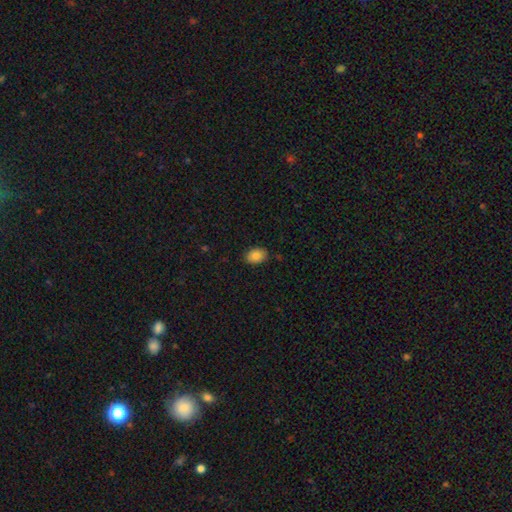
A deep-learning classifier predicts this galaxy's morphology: Smooth or featured: smooth — 84% (star or artifact — 8%)
How rounded: in between — 78% (round — 21%)
Merging: none — 86% (minor disturbance — 11%)